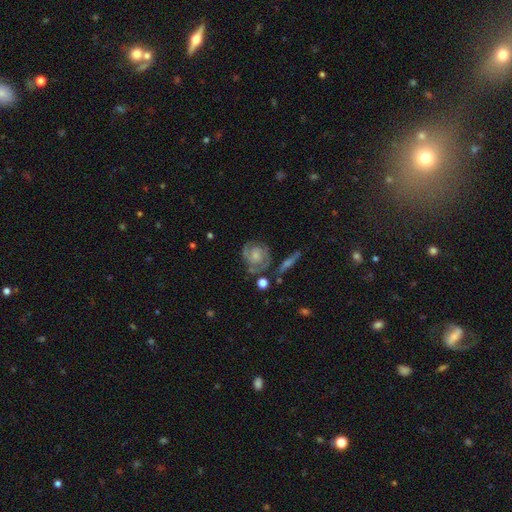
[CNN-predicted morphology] featured or disk 82%, smooth 12%, star or artifact 6%. Down the decision tree: edge-on disk — no (97%); bar — no (69%); spiral arms — yes (95%); spiral arm count — 2 (69%); spiral winding — tight (57%); bulge size — small (57%); merging — none (63%).